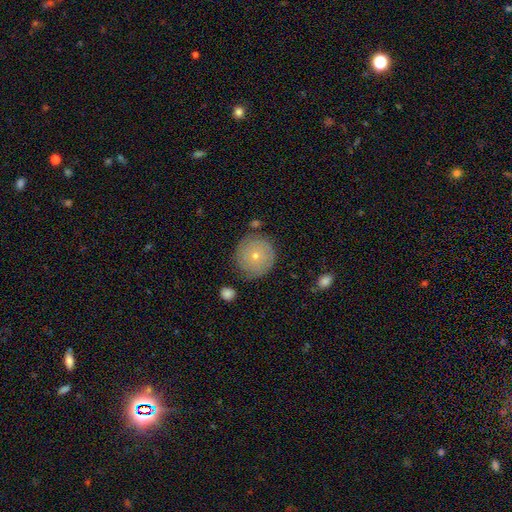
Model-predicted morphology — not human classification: Smooth or featured? Predicted: smooth (p=0.52). How rounded? Predicted: round (p=0.93). Merging? Predicted: none (p=0.80).